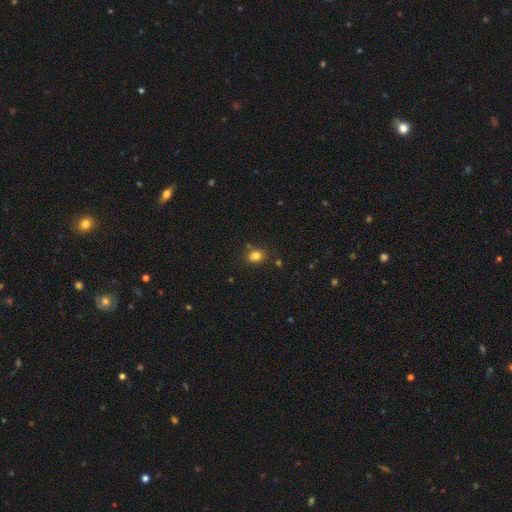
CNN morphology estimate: A smooth galaxy with no disk features (81%) that is in between round and cigar-shaped (57%). Merging: none (77%).